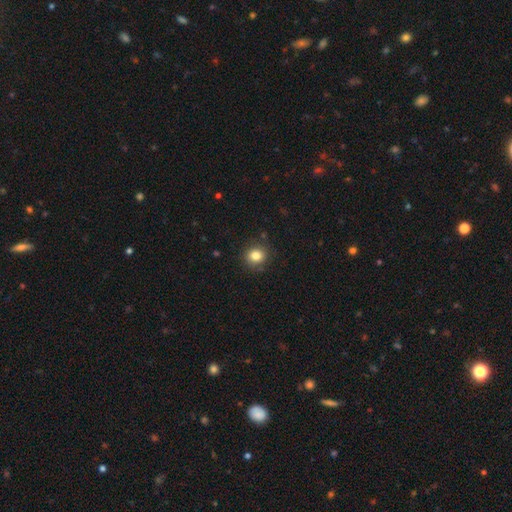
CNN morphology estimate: This is clearly a smooth galaxy (82%). How rounded: clearly round (80%). Merging: clearly none (87%).